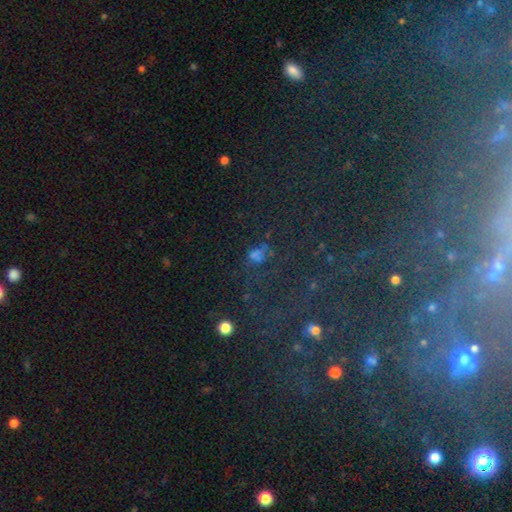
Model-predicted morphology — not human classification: smooth-or-featured: star or artifact: 46% | smooth: 36% | featured or disk: 18%